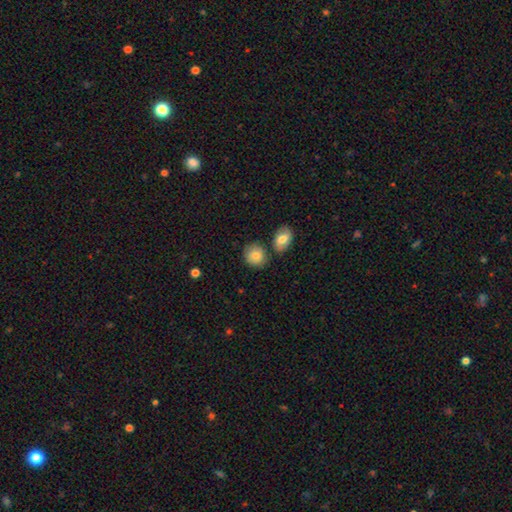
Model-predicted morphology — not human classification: smooth_or_featured: smooth (p=0.84) [alt: featured or disk p=0.09]
how_rounded: round (p=0.76) [alt: in between p=0.22]
merging: none (p=0.71) [alt: minor disturbance p=0.13]